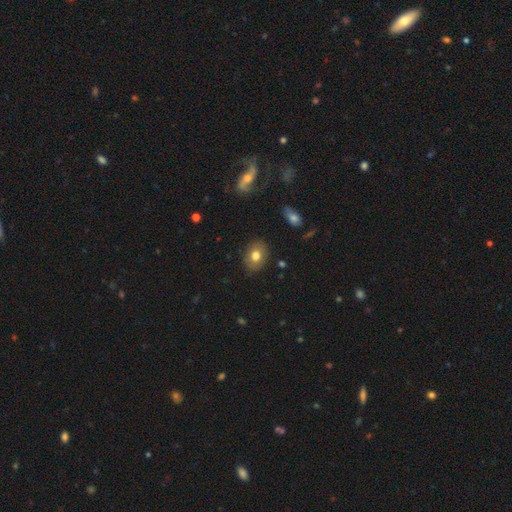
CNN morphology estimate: Q: Smooth or featured?
A: smooth (76%); runner-up: featured or disk (15%)
Q: How rounded?
A: in between (62%); runner-up: round (37%)
Q: Merging?
A: none (86%); runner-up: minor disturbance (10%)